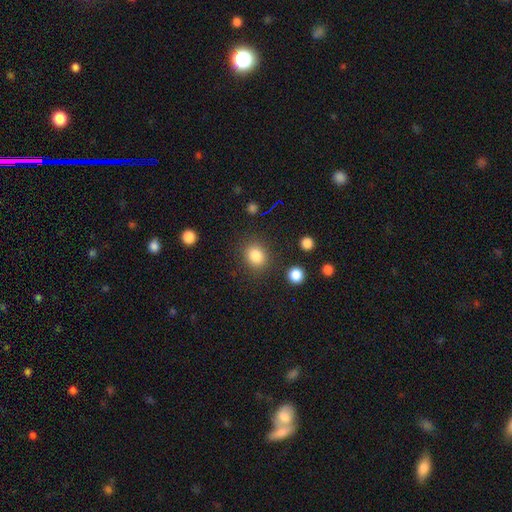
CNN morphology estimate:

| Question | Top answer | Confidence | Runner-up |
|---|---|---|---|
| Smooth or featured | smooth | 84% | star or artifact (11%) |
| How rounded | round | 62% | in between (37%) |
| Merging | none | 83% | minor disturbance (10%) |